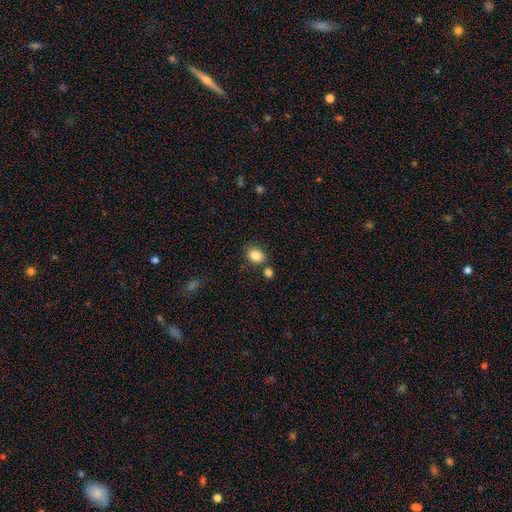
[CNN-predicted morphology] This appears to be a smooth galaxy with no disk features (86%) that is in between round and cigar-shaped (63%). Merging: none (73%).